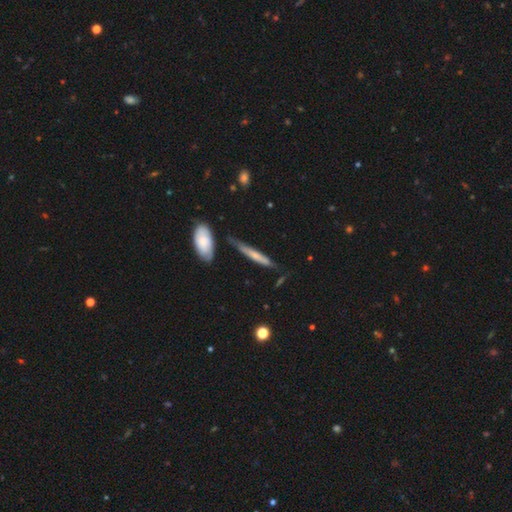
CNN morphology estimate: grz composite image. It shows a smooth galaxy with no disk features (52%) that is cigar-shaped (91%). Merging: none (65%).